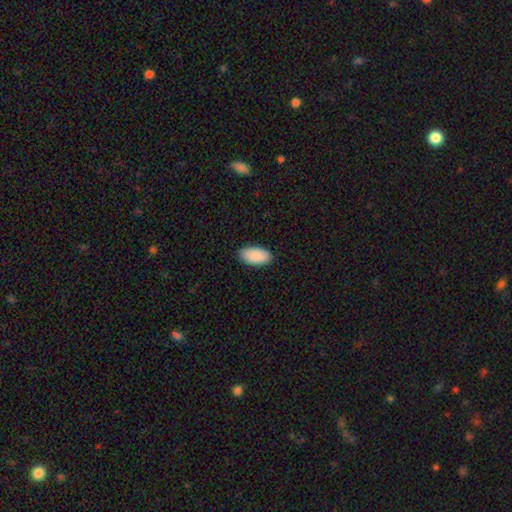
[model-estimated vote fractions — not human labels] Smooth or featured?
  - smooth: 91% *
  - star or artifact: 6%
  - featured or disk: 3%
How rounded?
  - in between: 95% *
  - cigar-shaped: 2%
  - round: 2%
Merging?
  - none: 87% *
  - minor disturbance: 10%
  - major disturbance: 2%
  - merger: 1%